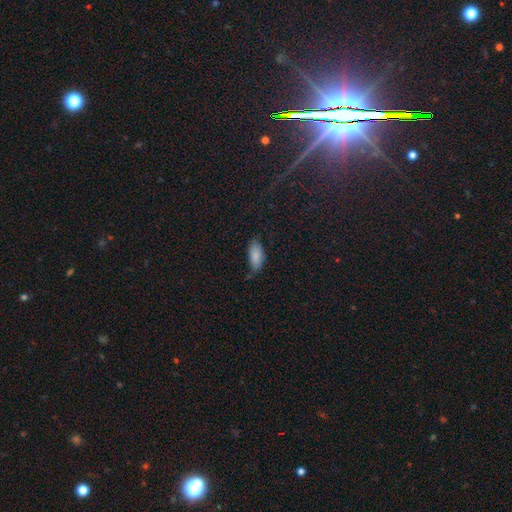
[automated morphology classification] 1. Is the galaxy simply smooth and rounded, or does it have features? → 86% smooth, 7% star or artifact, 7% featured or disk.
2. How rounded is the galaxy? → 87% in between, 11% cigar-shaped, 2% round.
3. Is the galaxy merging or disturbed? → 67% none, 25% minor disturbance, 5% major disturbance, 3% merger.